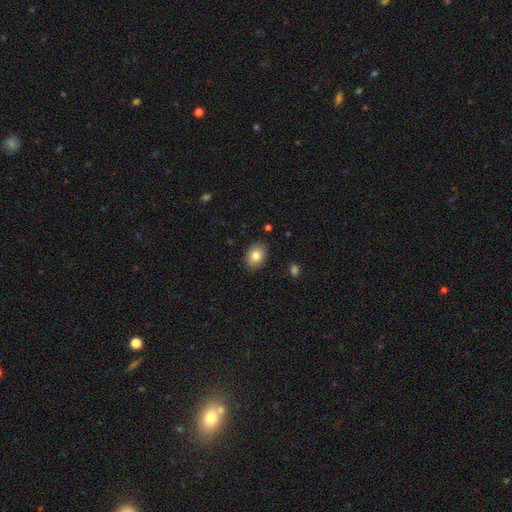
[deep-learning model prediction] Morphology: type=smooth (82%); roundness=in between (72%); merging=none (87%).